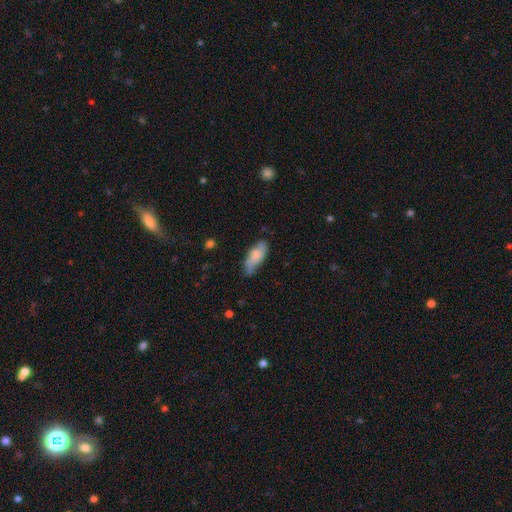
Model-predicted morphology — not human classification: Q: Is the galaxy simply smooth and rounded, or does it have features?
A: smooth — 74%.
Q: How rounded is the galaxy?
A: in between — 77%.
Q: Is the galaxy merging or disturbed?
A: none — 59%.